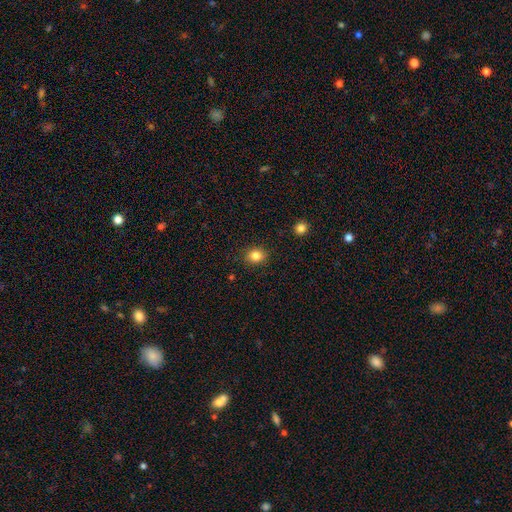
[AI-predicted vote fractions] This is clearly a smooth galaxy (84%). How rounded: likely round (66%). Merging: clearly none (89%).